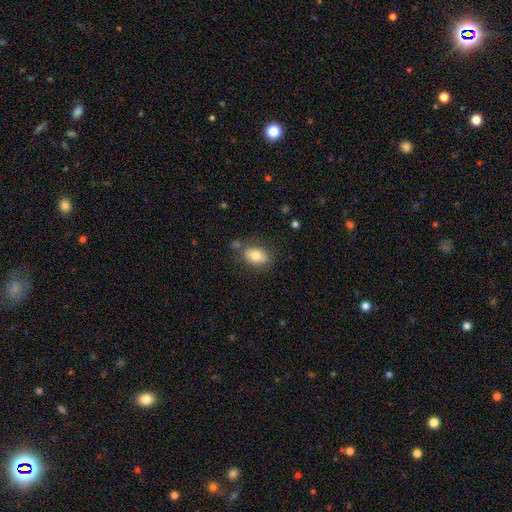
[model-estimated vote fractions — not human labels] The model was most divided on "merging": none: 72%, minor disturbance: 17%, merger: 7%, major disturbance: 5%. More confident: how rounded — in between (80%); smooth or featured — smooth (78%).